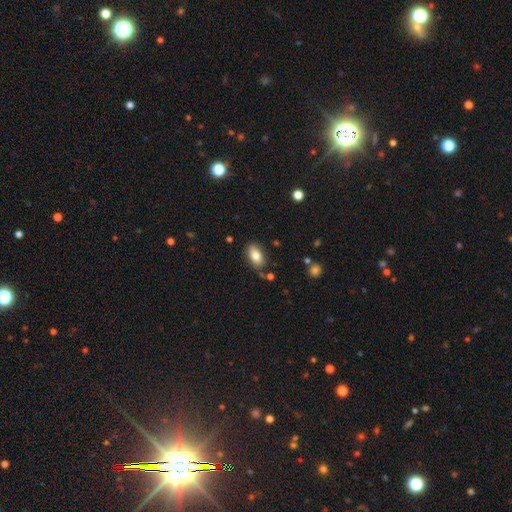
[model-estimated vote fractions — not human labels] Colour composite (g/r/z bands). It shows a smooth galaxy with no disk features (81%) that is in between round and cigar-shaped (92%). Merging: none (81%).